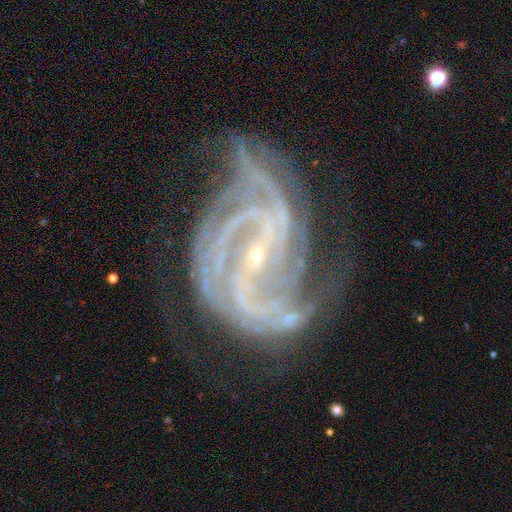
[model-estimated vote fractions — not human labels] The model was most divided on "spiral arm count": 3: 27%, 4: 23%, 2: 19%, can't tell: 14%, more than 4: 9%, 1: 8%. Remaining: spiral arms — yes (98%); edge-on disk — no (98%); smooth or featured — featured or disk (91%); bulge size — small (85%); merging — none (53%); spiral winding — tight (51%); bar — strong (41%).